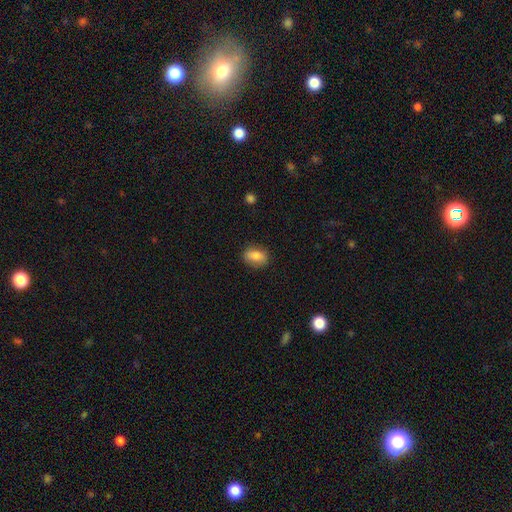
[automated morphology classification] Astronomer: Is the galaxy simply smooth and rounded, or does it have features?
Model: smooth — 80%.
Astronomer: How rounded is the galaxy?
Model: in between — 77%.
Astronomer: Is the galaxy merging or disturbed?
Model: none — 83%.